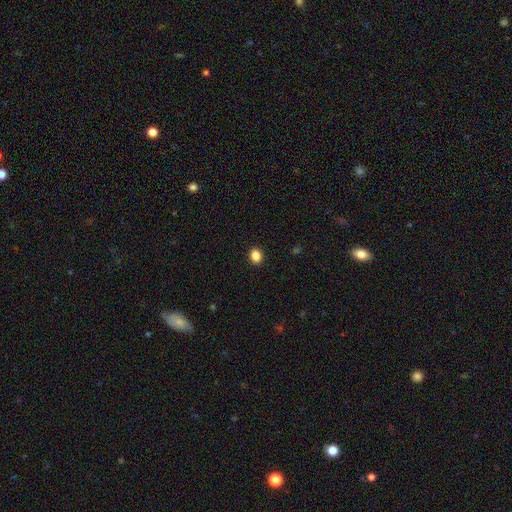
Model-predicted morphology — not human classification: smooth-or-featured: smooth: 86% | star or artifact: 10% | featured or disk: 3%
  how-rounded: round: 58% | in between: 41% | cigar-shaped: 1%
  merging: none: 92% | minor disturbance: 6% | major disturbance: 2% | merger: 1%